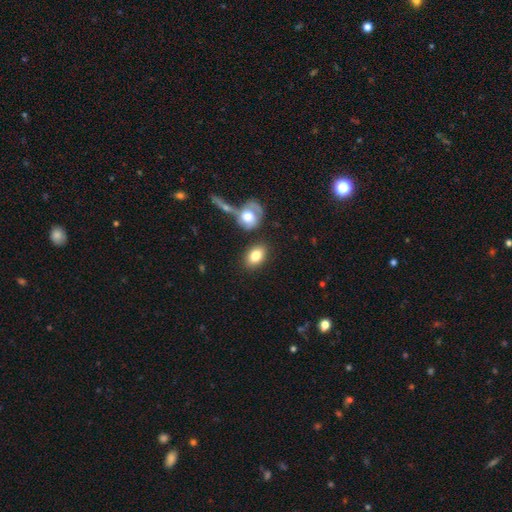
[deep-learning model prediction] Q: Smooth or featured?
A: smooth (78%); runner-up: featured or disk (14%)
Q: How rounded?
A: in between (79%); runner-up: round (19%)
Q: Merging?
A: none (73%); runner-up: merger (12%)